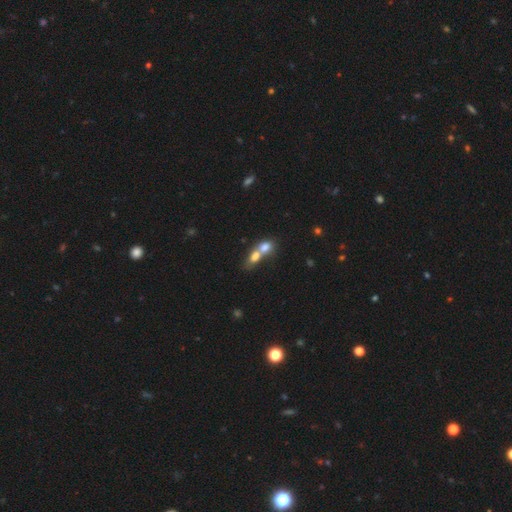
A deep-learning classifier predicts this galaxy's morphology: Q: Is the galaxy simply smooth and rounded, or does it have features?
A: smooth — 71%.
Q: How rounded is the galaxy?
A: in between — 60%.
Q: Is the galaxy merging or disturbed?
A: merger — 77%.